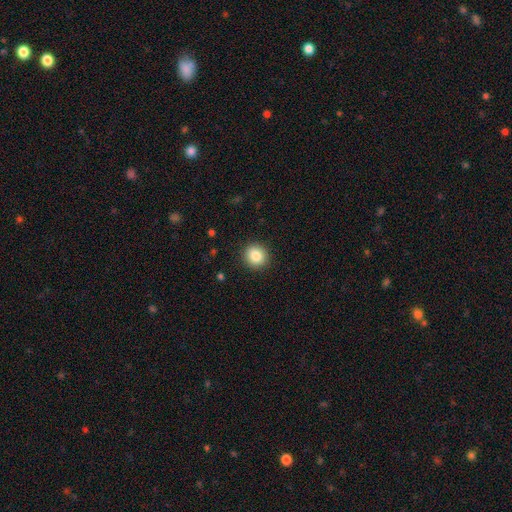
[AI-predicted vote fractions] Morphology: type=smooth (86%); roundness=round (91%); merging=none (91%).